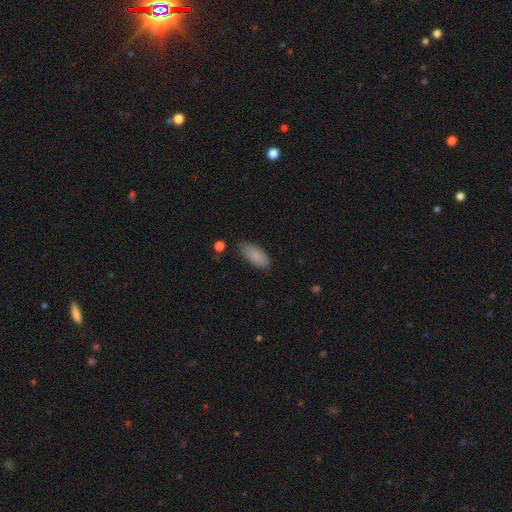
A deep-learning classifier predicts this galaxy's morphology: Smooth or featured?
  - smooth: 86% *
  - featured or disk: 7%
  - star or artifact: 7%
How rounded?
  - in between: 86% *
  - cigar-shaped: 12%
  - round: 2%
Merging?
  - none: 77% *
  - minor disturbance: 18%
  - major disturbance: 3%
  - merger: 2%